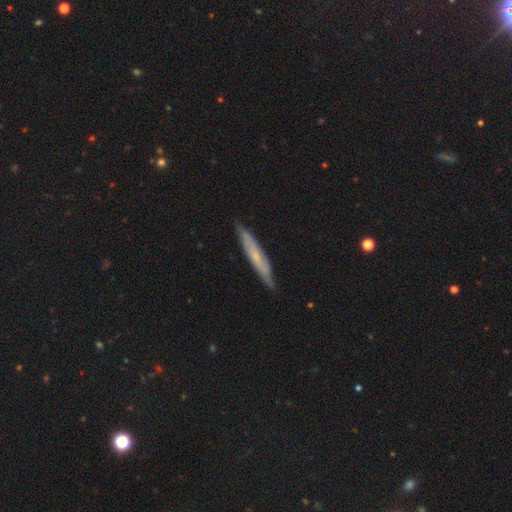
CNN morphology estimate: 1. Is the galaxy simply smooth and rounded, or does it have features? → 52% featured or disk, 42% smooth, 6% star or artifact.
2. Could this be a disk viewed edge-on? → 77% yes, 23% no.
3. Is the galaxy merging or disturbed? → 85% none, 12% minor disturbance, 2% major disturbance, 1% merger.